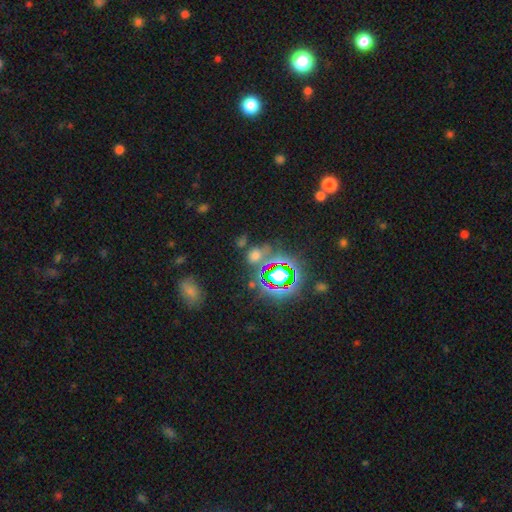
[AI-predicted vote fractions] Overall: star or artifact (51%; smooth 39%).